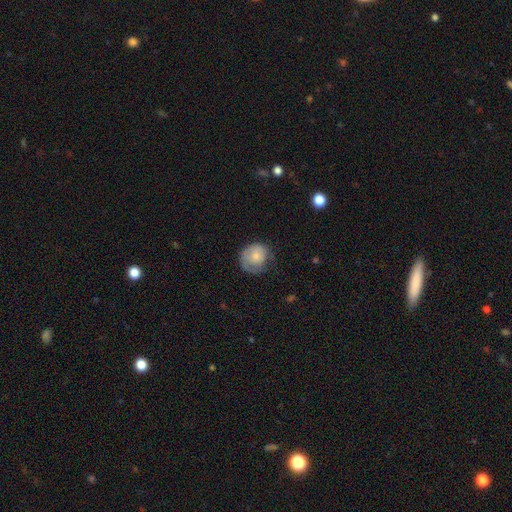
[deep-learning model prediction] Overall: smooth (69%). How rounded: round (76%). Merging: none (51%; minor disturbance 31%).